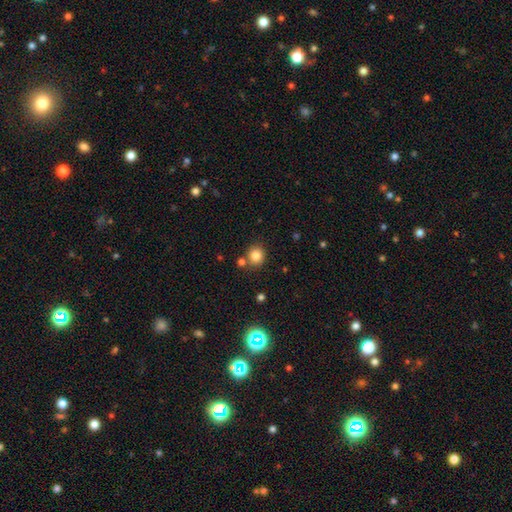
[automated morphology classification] Smooth or featured: smooth — 83% (star or artifact — 11%)
How rounded: round — 85% (in between — 14%)
Merging: none — 76% (merger — 12%)